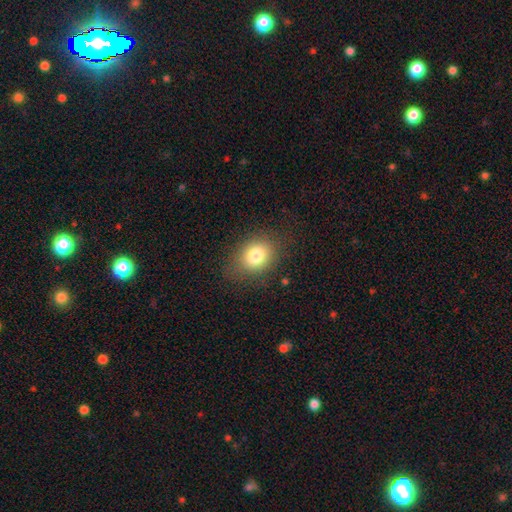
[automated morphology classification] Overall: smooth (80%). How rounded: round (50%; in between 49%). Merging: none (80%).